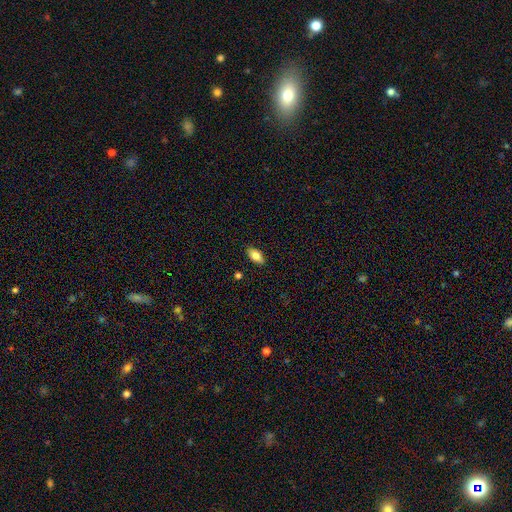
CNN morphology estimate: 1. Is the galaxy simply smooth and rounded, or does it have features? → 80% smooth, 12% featured or disk, 7% star or artifact.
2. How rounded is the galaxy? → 92% in between, 5% cigar-shaped, 4% round.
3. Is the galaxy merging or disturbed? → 88% none, 9% minor disturbance, 2% major disturbance, 1% merger.